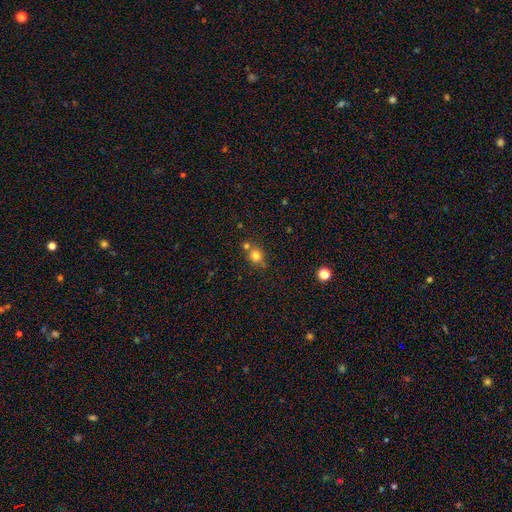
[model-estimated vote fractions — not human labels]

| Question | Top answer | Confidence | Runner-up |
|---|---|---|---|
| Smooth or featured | smooth | 78% | star or artifact (14%) |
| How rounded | round | 82% | in between (17%) |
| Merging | none | 62% | merger (23%) |